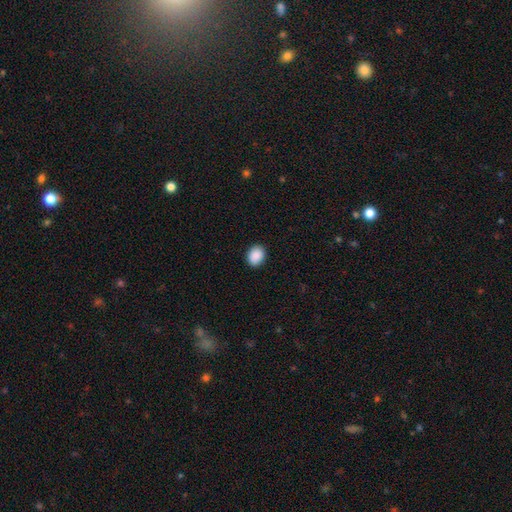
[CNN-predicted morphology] Overall: smooth (90%). How rounded: in between (58%; round 41%). Merging: none (90%).